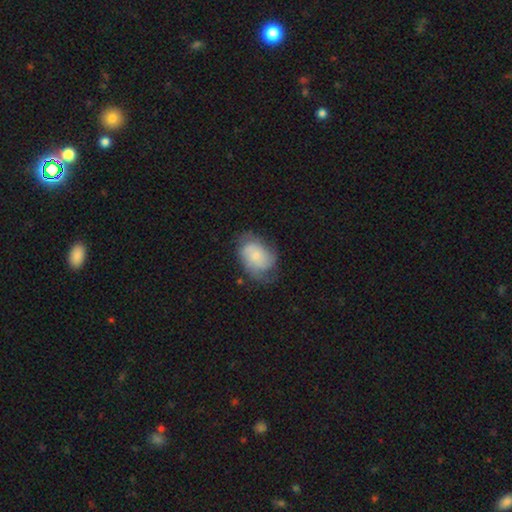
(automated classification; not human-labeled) Q: Smooth or featured?
A: smooth (50%); runner-up: featured or disk (42%)
Q: How rounded?
A: in between (73%); runner-up: round (26%)
Q: Merging?
A: none (52%); runner-up: minor disturbance (30%)